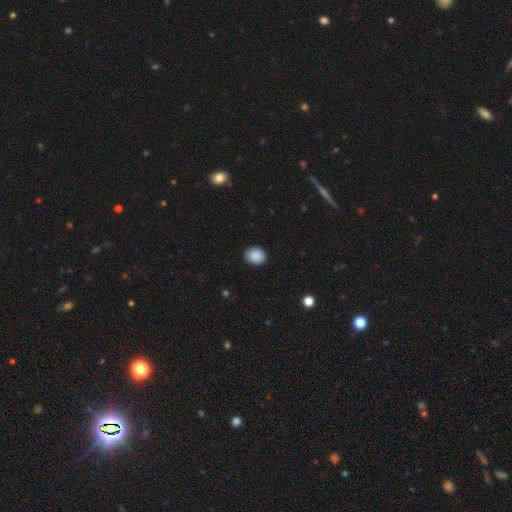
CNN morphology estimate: type=smooth (89%); roundness=round (66%); merging=none (87%).